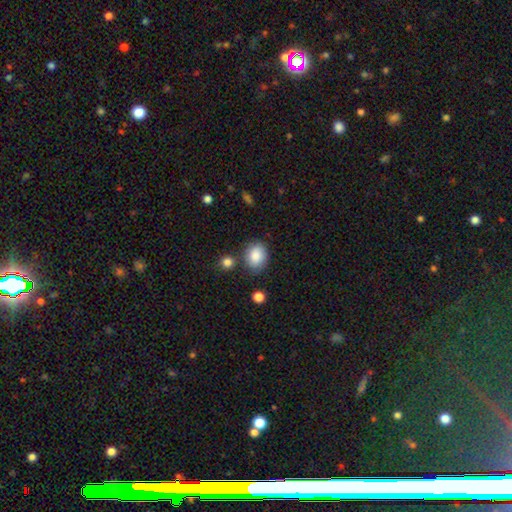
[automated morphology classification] Q: Smooth or featured?
A: smooth (86%); runner-up: star or artifact (7%)
Q: How rounded?
A: in between (58%); runner-up: round (41%)
Q: Merging?
A: none (74%); runner-up: minor disturbance (16%)